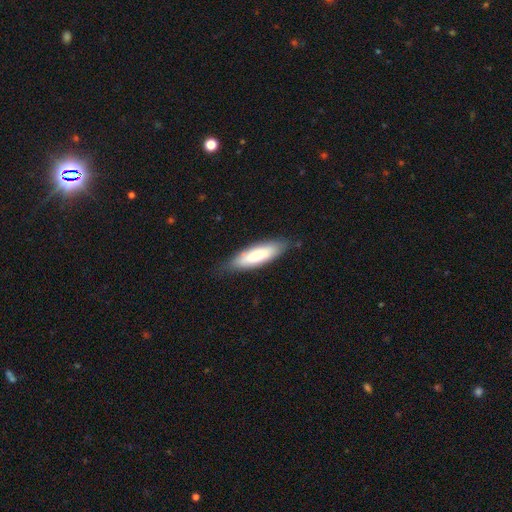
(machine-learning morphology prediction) A smooth galaxy with no disk features (79%) that is cigar-shaped (50%).

Vote fractions:
- Smooth or featured? smooth: 79% / featured or disk: 15% / star or artifact: 5%
- How rounded? cigar-shaped: 50% / in between: 49% / round: 1%
- Merging? none: 77% / minor disturbance: 18% / major disturbance: 3% / merger: 1%